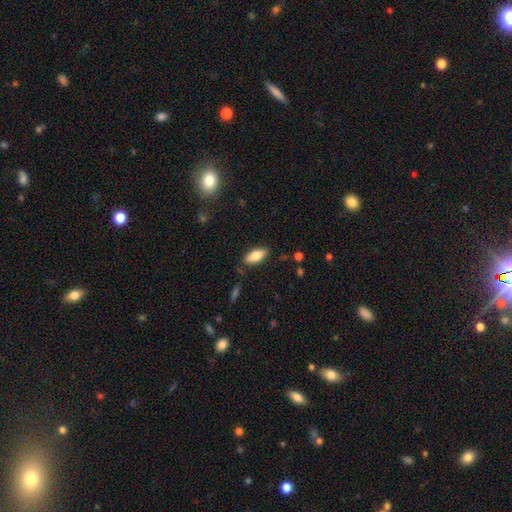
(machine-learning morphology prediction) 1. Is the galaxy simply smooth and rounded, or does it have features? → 79% smooth, 15% featured or disk, 7% star or artifact.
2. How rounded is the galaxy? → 83% in between, 15% cigar-shaped, 2% round.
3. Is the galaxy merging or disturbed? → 84% none, 11% minor disturbance, 3% major disturbance, 2% merger.